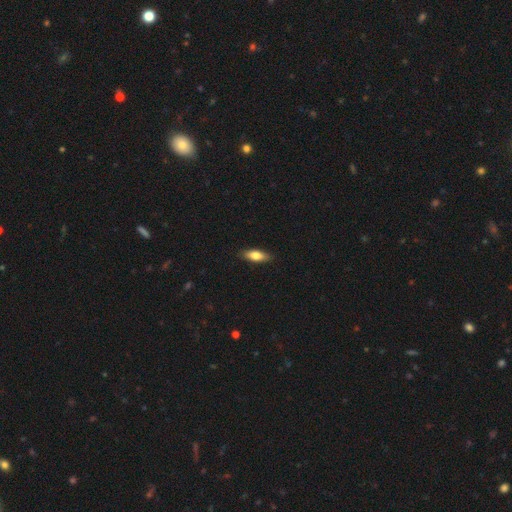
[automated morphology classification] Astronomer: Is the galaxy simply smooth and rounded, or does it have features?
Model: smooth — 77%.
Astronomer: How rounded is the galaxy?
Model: in between — 66%.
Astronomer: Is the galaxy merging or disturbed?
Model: none — 88%.